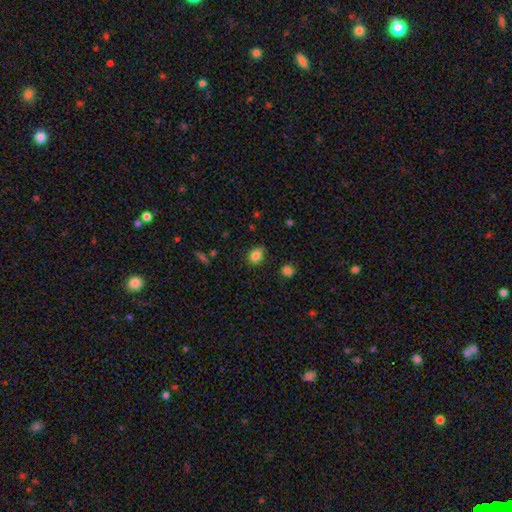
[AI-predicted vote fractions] smooth-or-featured: smooth: 83% | star or artifact: 11% | featured or disk: 6%
  how-rounded: in between: 56% | round: 42% | cigar-shaped: 1%
  merging: none: 75% | minor disturbance: 20% | major disturbance: 3% | merger: 2%